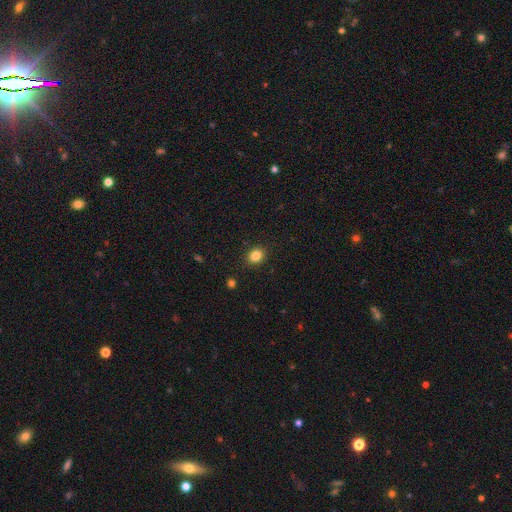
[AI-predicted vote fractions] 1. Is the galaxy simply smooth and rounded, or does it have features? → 85% smooth, 11% star or artifact, 4% featured or disk.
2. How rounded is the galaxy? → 55% round, 45% in between, 1% cigar-shaped.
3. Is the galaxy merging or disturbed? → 89% none, 8% minor disturbance, 2% major disturbance, 1% merger.